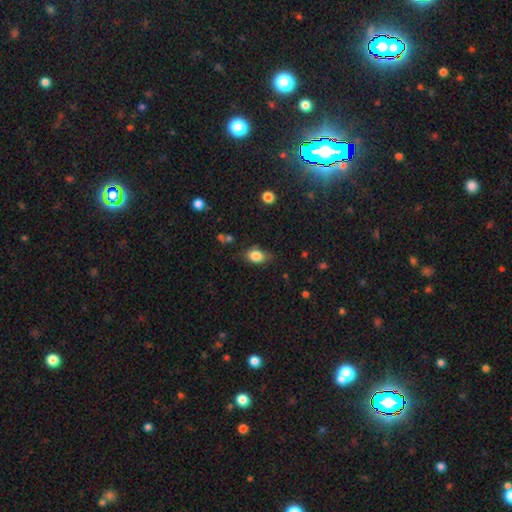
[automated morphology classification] The model was most divided on "merging": none: 72%, minor disturbance: 21%, major disturbance: 5%, merger: 2%. More confident: smooth or featured — smooth (83%); how rounded — in between (77%).